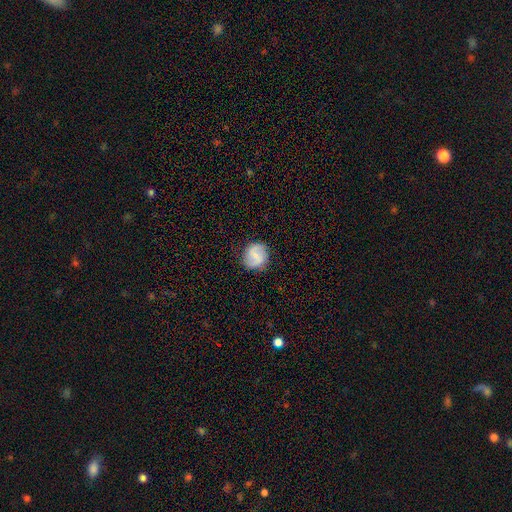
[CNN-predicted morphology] A smooth galaxy with no disk features (46%, tied with featured or disk). Merging: none (83%).